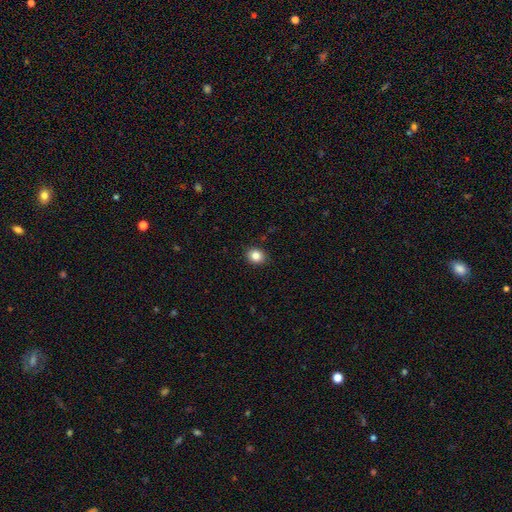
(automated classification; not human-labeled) The model was most divided on "how rounded": round: 65%, in between: 34%, cigar-shaped: 1%. More confident: merging — none (90%); smooth or featured — smooth (84%).